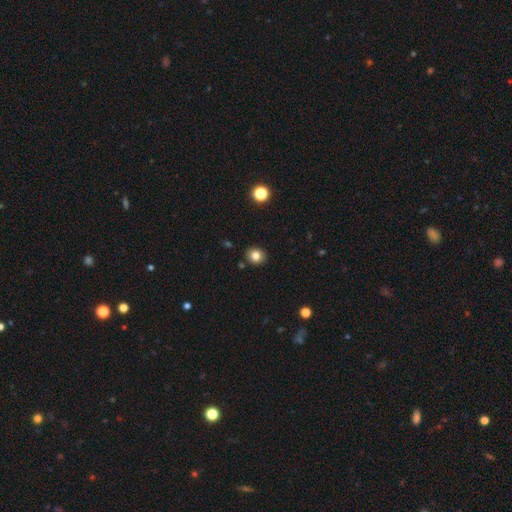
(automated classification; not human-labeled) Smooth or featured? smooth (81%)
How rounded? round (73%)
Merging? none (89%)